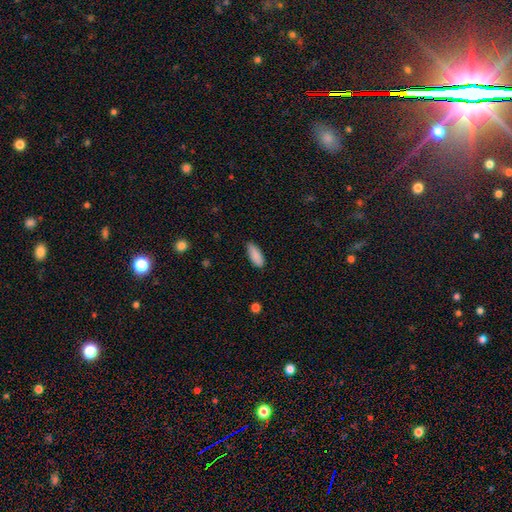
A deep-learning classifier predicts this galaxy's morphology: Smooth or featured: smooth — 88% (star or artifact — 7%)
How rounded: in between — 75% (cigar-shaped — 24%)
Merging: none — 78% (minor disturbance — 18%)